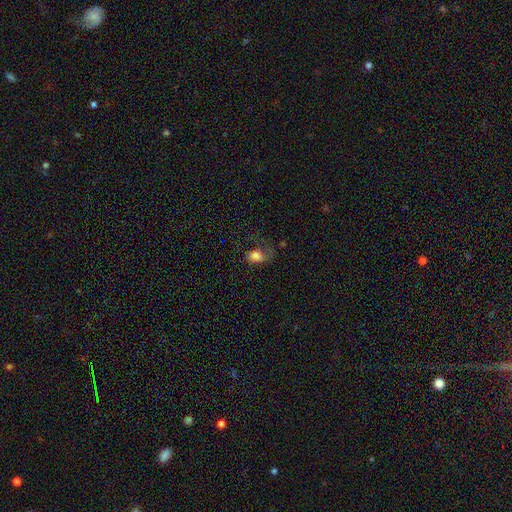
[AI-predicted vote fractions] The model was most divided on "merging": major disturbance: 43%, none: 32%, minor disturbance: 22%, merger: 3%. More confident: how rounded — in between (73%); smooth or featured — smooth (70%).